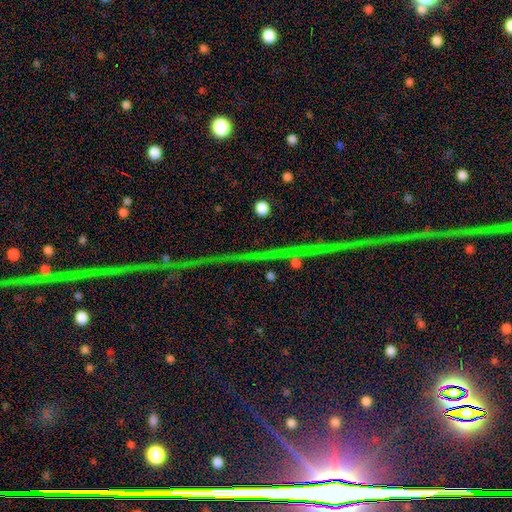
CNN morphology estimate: A star or artifact, not a galaxy (81%).

Vote fractions:
- Smooth or featured? star or artifact: 81% / featured or disk: 12% / smooth: 8%